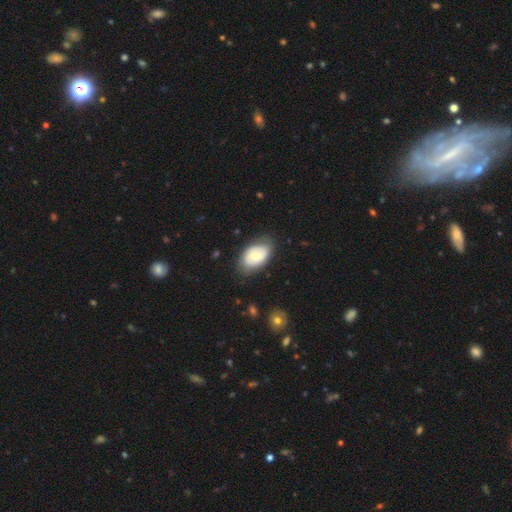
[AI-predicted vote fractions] Smooth or featured?
  - smooth: 47% * (tied)
  - featured or disk: 47% * (tied)
  - star or artifact: 6%
Merging?
  - none: 76% *
  - minor disturbance: 18%
  - major disturbance: 5%
  - merger: 1%